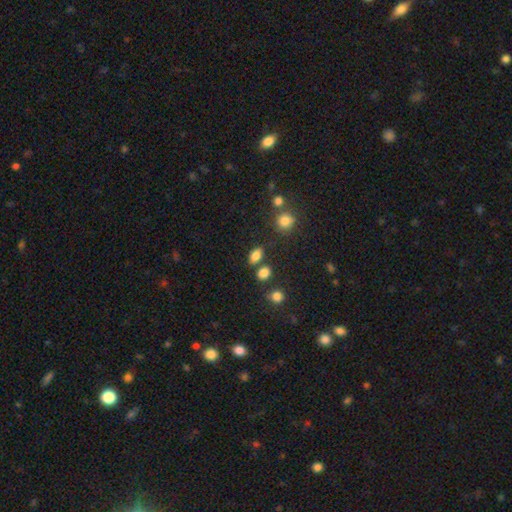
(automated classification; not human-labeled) Overall: smooth (81%). How rounded: in between (83%). Merging: none (72%).